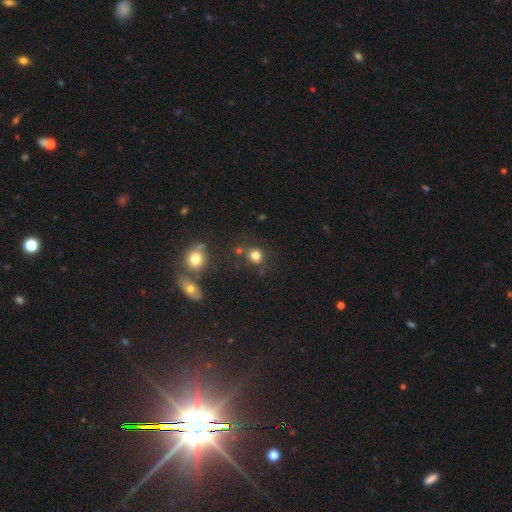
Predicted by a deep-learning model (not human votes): smooth_or_featured: smooth (p=0.78) [alt: star or artifact p=0.16]
how_rounded: round (p=0.79) [alt: in between p=0.20]
merging: none (p=0.69) [alt: minor disturbance p=0.13]